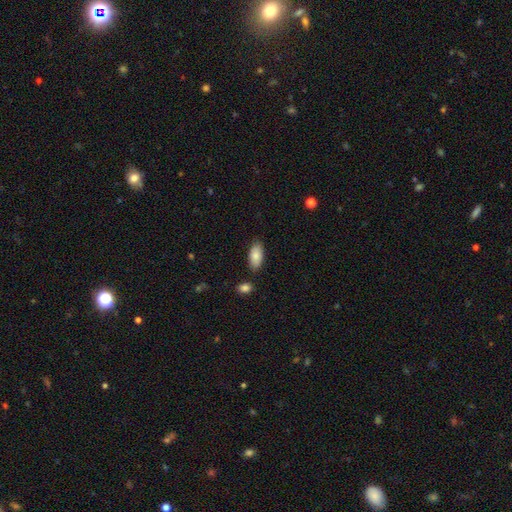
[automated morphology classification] type=smooth (85%); roundness=in between (92%); merging=none (81%).